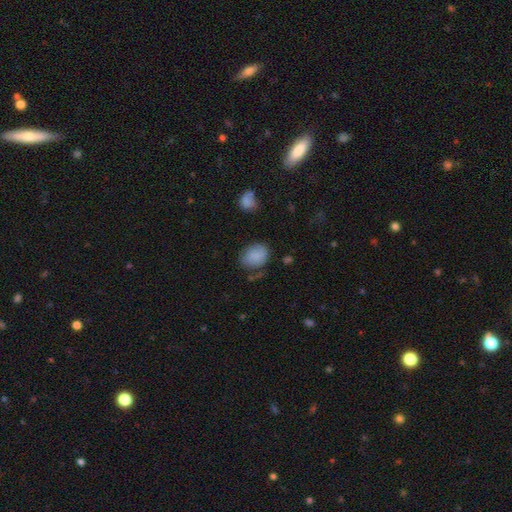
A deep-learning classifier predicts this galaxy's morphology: The model was most divided on "how rounded": in between: 60%, round: 39%, cigar-shaped: 1%. More confident: smooth or featured — smooth (84%); merging — none (67%).